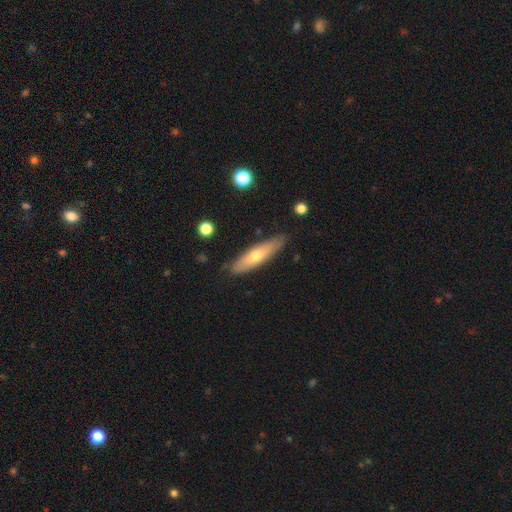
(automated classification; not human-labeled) smooth_or_featured: smooth (p=0.57) [alt: featured or disk p=0.38]
how_rounded: cigar-shaped (p=0.72) [alt: in between p=0.26]
merging: none (p=0.83) [alt: minor disturbance p=0.13]